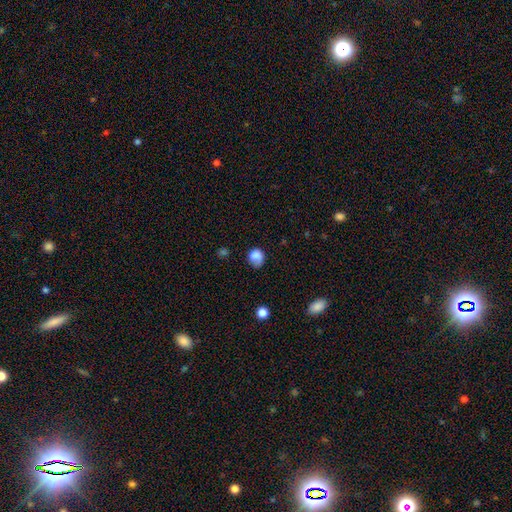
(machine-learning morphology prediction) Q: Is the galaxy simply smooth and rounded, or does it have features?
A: smooth — 81%.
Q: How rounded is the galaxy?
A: round — 65%.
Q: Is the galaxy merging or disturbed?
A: none — 48%.